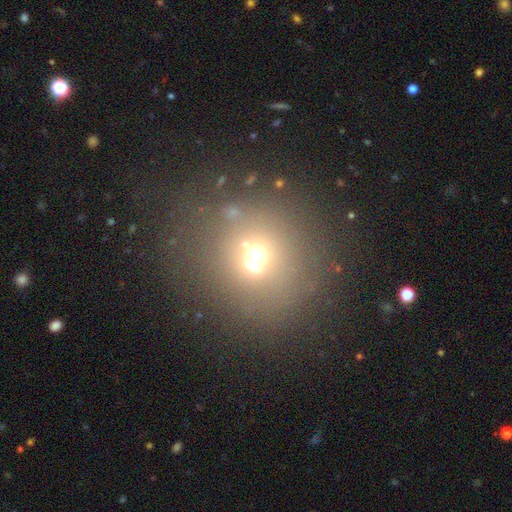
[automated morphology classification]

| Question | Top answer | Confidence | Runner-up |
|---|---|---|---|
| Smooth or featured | smooth | 55% | star or artifact (27%) |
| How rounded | round | 88% | in between (11%) |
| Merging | none | 59% | merger (26%) |